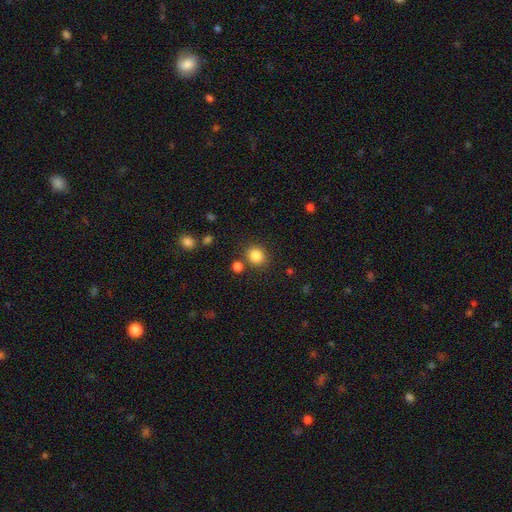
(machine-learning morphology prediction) Smooth or featured? smooth (85%)
How rounded? round (77%)
Merging? none (82%)